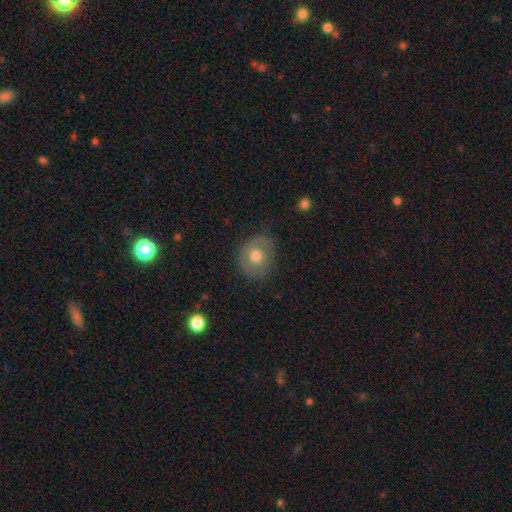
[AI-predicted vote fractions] Overall: smooth (61%; featured or disk 30%). How rounded: round (71%). Merging: none (74%).